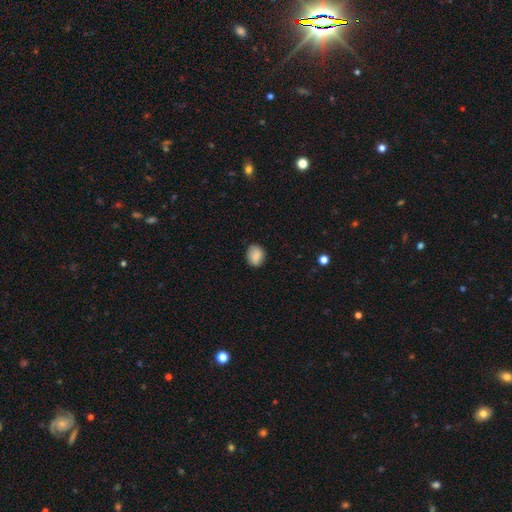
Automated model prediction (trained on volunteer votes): The model was most divided on "how rounded": round: 55%, in between: 44%, cigar-shaped: 1%. More confident: smooth or featured — smooth (84%); merging — none (79%).